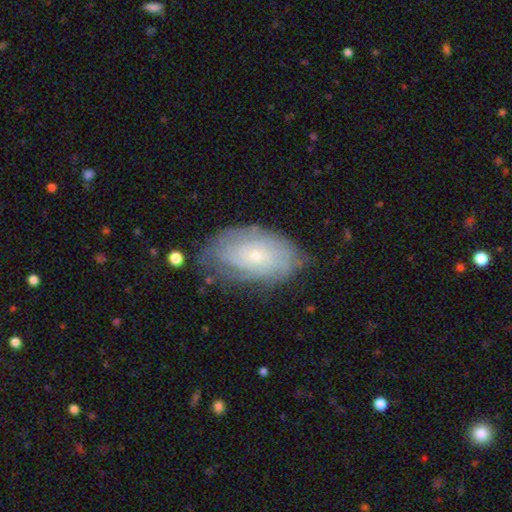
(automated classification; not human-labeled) featured or disk 63%, smooth 29%, star or artifact 7%. Down the decision tree: edge-on disk — no (94%); bar — no (79%); spiral arms — yes (82%); bulge size — small (76%); merging — none (66%).